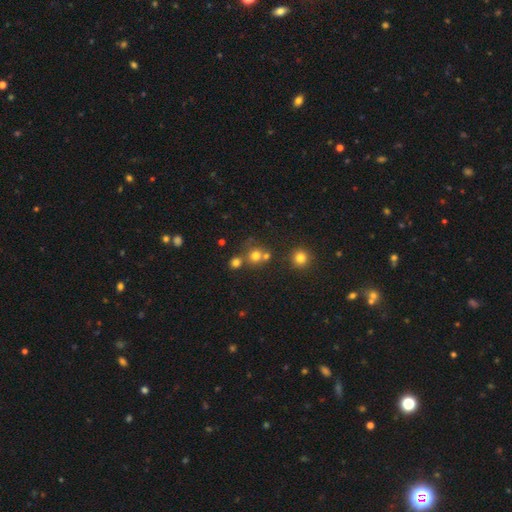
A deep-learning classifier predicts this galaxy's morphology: Overall: smooth (72%). How rounded: round (88%). Merging: none (61%; merger 27%).